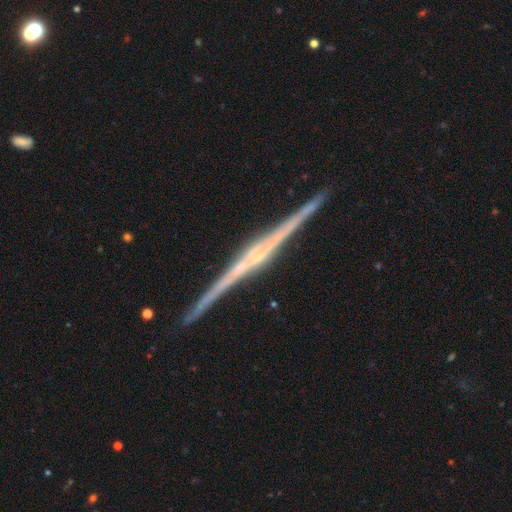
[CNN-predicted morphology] Smooth or featured? featured or disk (90%)
Edge-on disk? yes (99%)
Edge-on bulge? rounded (57%)
Merging? none (92%)